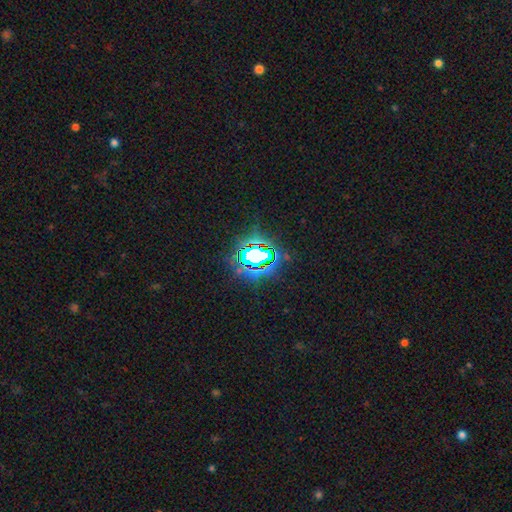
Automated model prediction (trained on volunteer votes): Morphology: type=star or artifact (71%).